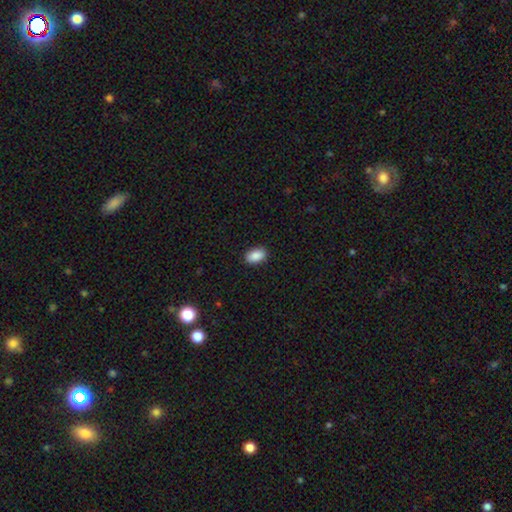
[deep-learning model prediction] smooth 89%, star or artifact 7%, featured or disk 3%. Down the decision tree: how rounded — in between (91%); merging — none (90%).